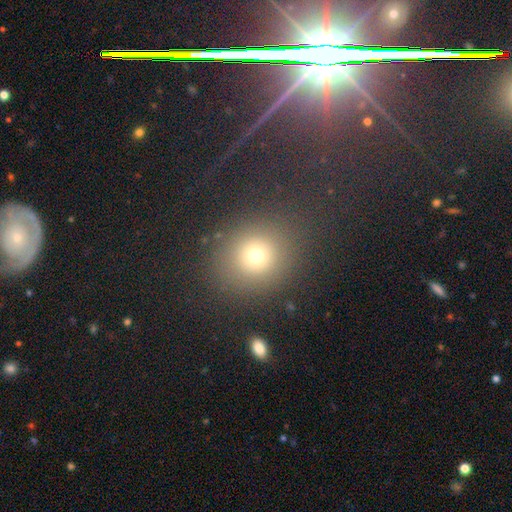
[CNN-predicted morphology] The model was most divided on "smooth or featured": smooth: 67%, star or artifact: 24%, featured or disk: 10%. More confident: merging — none (86%); how rounded — round (80%).